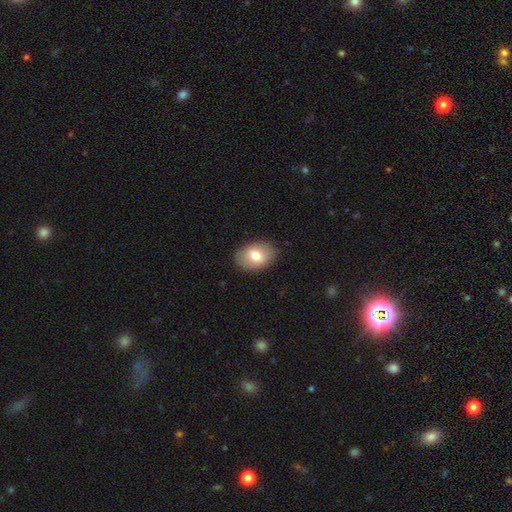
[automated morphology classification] This is likely a smooth galaxy (75%). How rounded: clearly in between (82%). Merging: clearly none (87%).